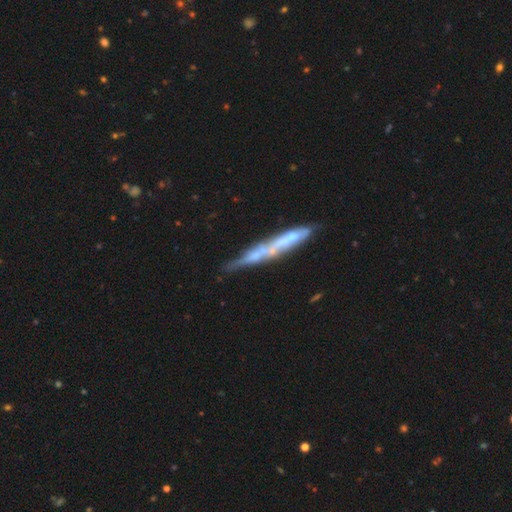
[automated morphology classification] This is likely a featured or disk galaxy (62%). It is likely viewed edge-on (74%). Merging: possibly none (49%).